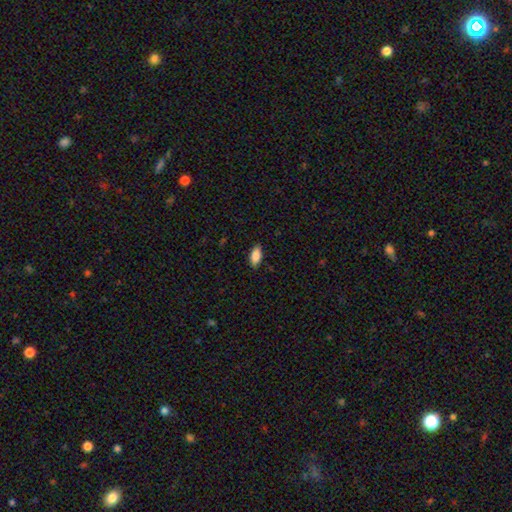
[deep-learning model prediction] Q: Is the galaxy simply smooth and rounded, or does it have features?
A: smooth — 86%.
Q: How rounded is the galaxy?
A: in between — 90%.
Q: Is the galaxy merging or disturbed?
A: none — 88%.